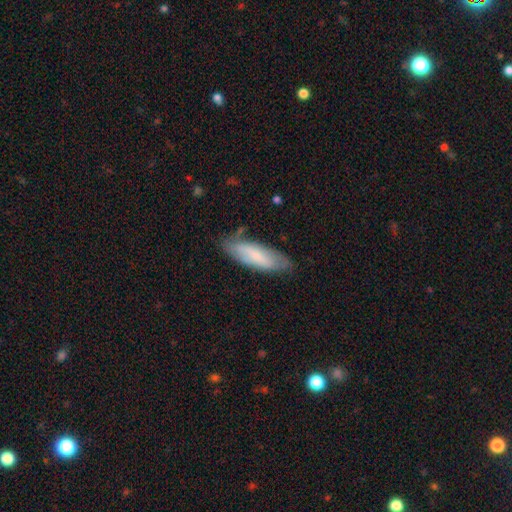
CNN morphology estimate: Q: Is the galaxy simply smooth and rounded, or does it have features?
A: smooth — 70%.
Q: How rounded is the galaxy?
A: in between — 52%.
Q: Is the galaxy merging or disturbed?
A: none — 72%.